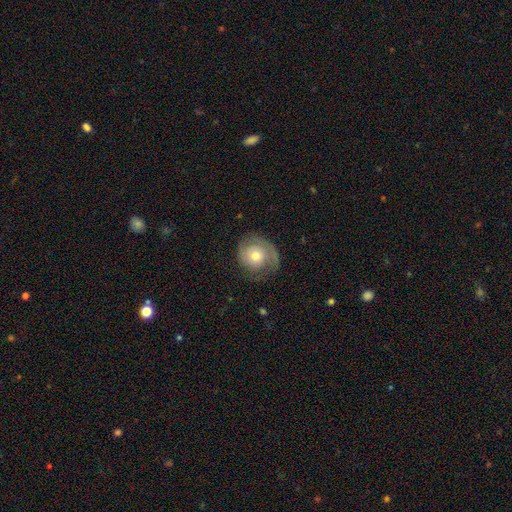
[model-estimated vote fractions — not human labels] This appears to be a featured or disk galaxy (52%). Merging: none (63%).